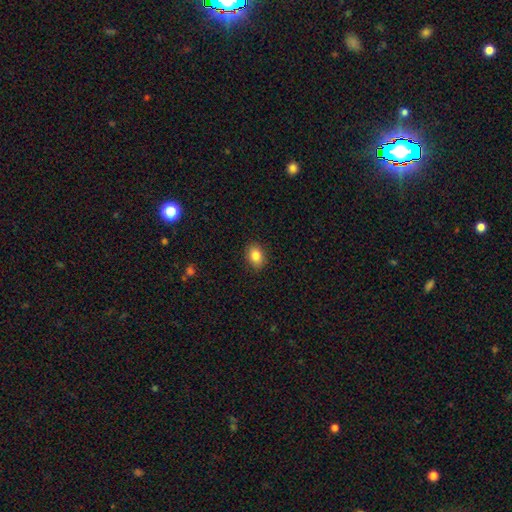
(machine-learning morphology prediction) A smooth galaxy with no disk features (85%) that is in between round and cigar-shaped (60%).

Vote fractions:
- Smooth or featured? smooth: 85% / star or artifact: 9% / featured or disk: 6%
- How rounded? in between: 60% / round: 39% / cigar-shaped: 1%
- Merging? none: 88% / minor disturbance: 9% / major disturbance: 2% / merger: 1%